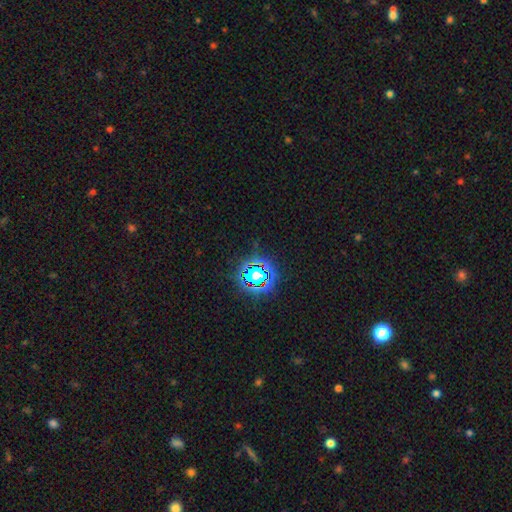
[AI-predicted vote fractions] A star or artifact, not a galaxy (80%).